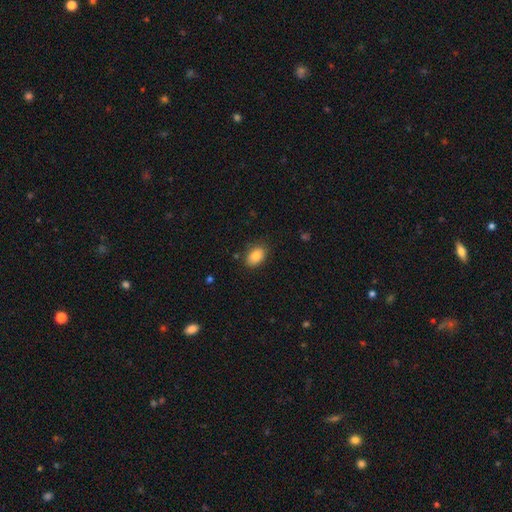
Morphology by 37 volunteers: Smooth or featured? smooth (89%)
How rounded? in between (97%)
Merging? none (88%)